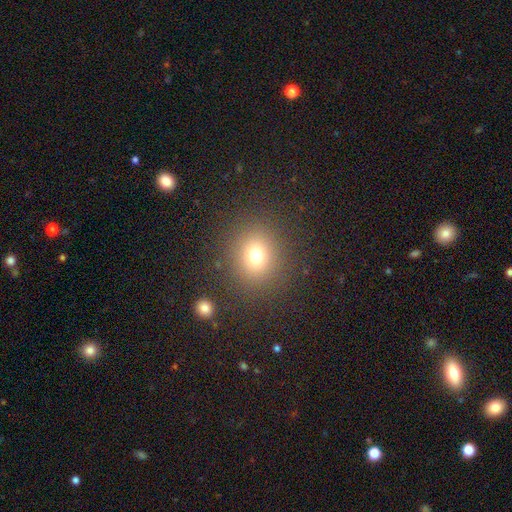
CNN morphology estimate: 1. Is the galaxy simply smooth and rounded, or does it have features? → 74% smooth, 16% star or artifact, 10% featured or disk.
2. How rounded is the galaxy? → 75% round, 24% in between, 1% cigar-shaped.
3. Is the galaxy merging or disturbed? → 86% none, 7% minor disturbance, 4% major disturbance, 2% merger.